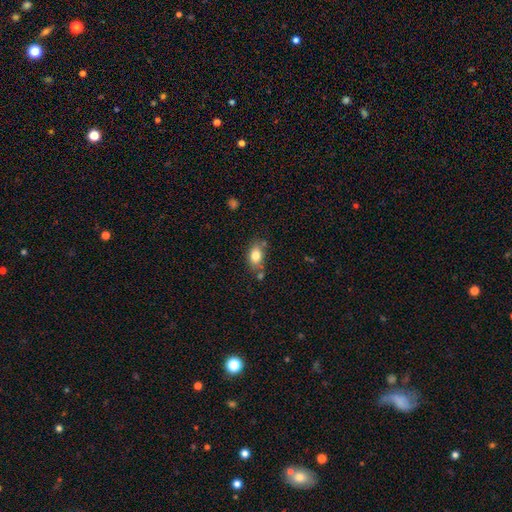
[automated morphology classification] Smooth or featured? Predicted: smooth (p=0.80). How rounded? Predicted: in between (p=0.79). Merging? Predicted: none (p=0.66).